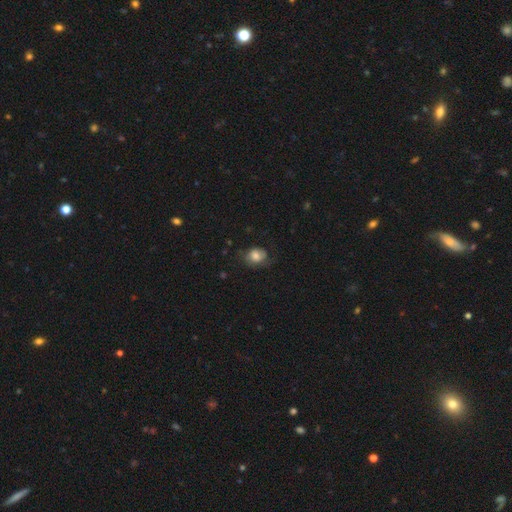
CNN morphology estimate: Smooth or featured: smooth — 70% (featured or disk — 21%)
How rounded: round — 52% (in between — 47%)
Merging: none — 59% (minor disturbance — 26%)